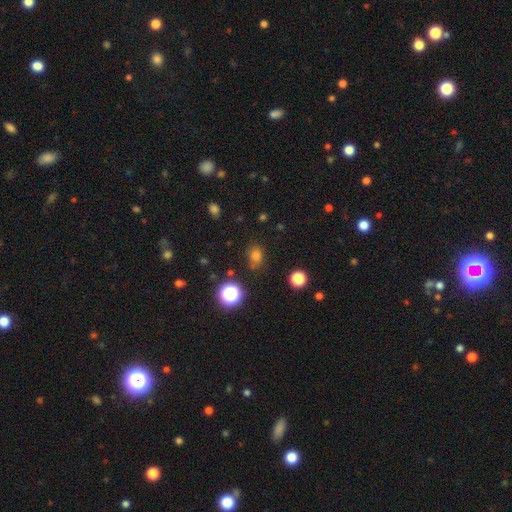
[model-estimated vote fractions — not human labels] This is likely a smooth galaxy (72%). How rounded: possibly in between (50%). Merging: likely none (71%).